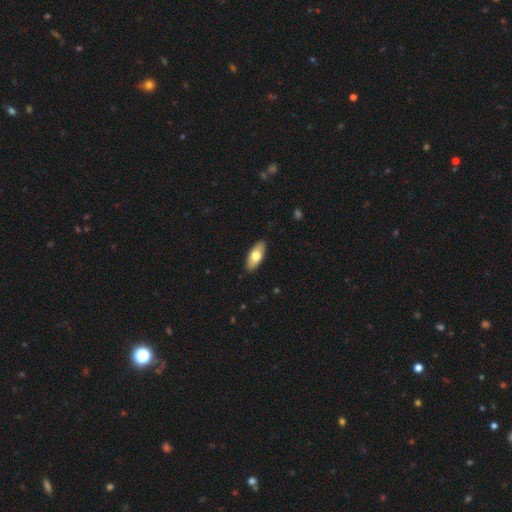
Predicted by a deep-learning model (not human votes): The model was most divided on "smooth or featured": smooth: 69%, featured or disk: 25%, star or artifact: 6%. More confident: merging — none (89%); how rounded — in between (85%).